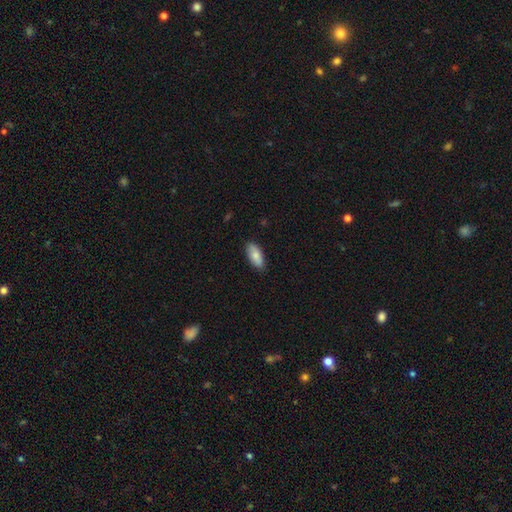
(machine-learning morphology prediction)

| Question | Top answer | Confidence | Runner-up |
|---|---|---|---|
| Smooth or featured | smooth | 81% | featured or disk (13%) |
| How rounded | in between | 87% | cigar-shaped (10%) |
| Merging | none | 85% | minor disturbance (12%) |